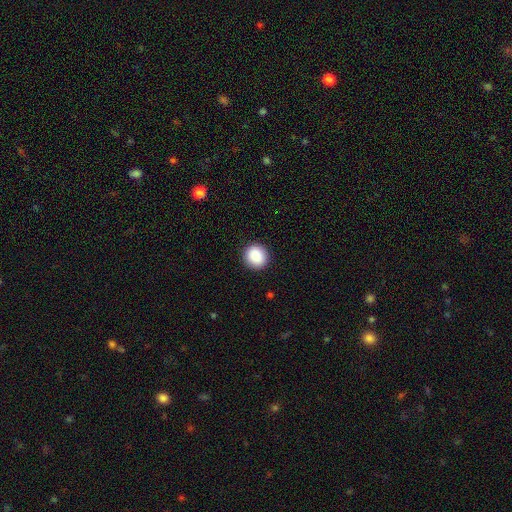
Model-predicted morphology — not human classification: Smooth or featured: smooth — 89% (star or artifact — 8%)
How rounded: round — 88% (in between — 11%)
Merging: none — 92% (minor disturbance — 6%)